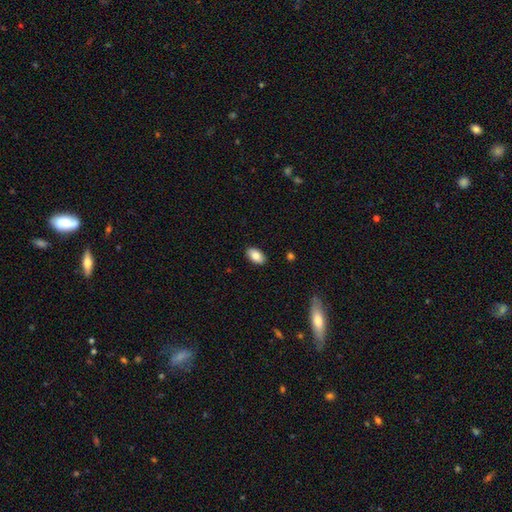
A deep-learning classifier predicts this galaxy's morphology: A smooth galaxy with no disk features (84%) that is in between round and cigar-shaped (94%). Merging: none (89%).